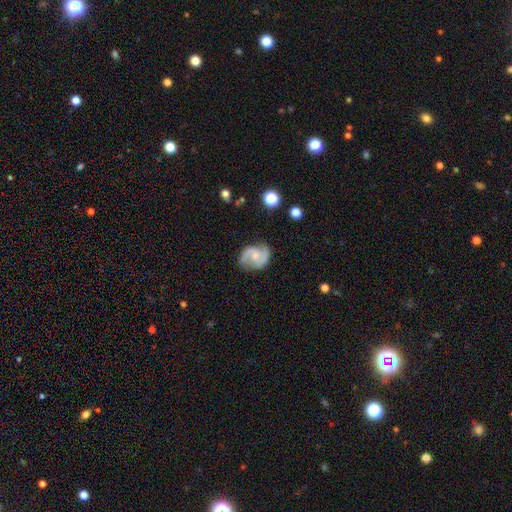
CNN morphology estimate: Smooth or featured? featured or disk (72%)
Edge-on disk? no (97%)
Bar? no (55%)
Spiral arms? yes (92%)
Spiral winding? medium (48%)
Spiral arm count? 2 (87%)
Bulge size? small (50%)
Merging? none (70%)